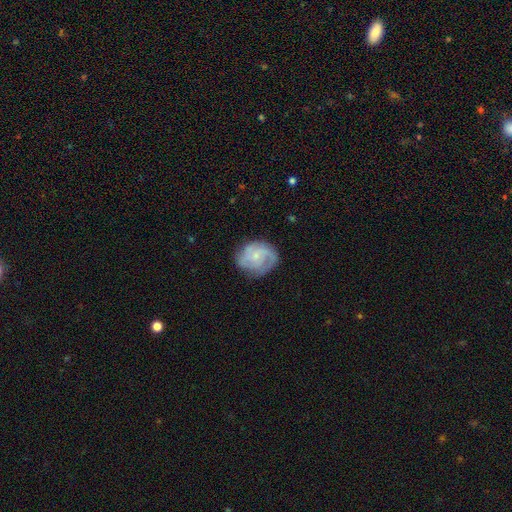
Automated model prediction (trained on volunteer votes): Smooth or featured? Predicted: featured or disk (p=0.72). Edge-on disk? Predicted: no (p=0.98). Bar? Predicted: no (p=0.70). Spiral arms? Predicted: yes (p=0.93). Spiral winding? Predicted: tight (p=0.47). Spiral arm count? Predicted: 3 (p=0.32). Bulge size? Predicted: small (p=0.70). Merging? Predicted: none (p=0.69).